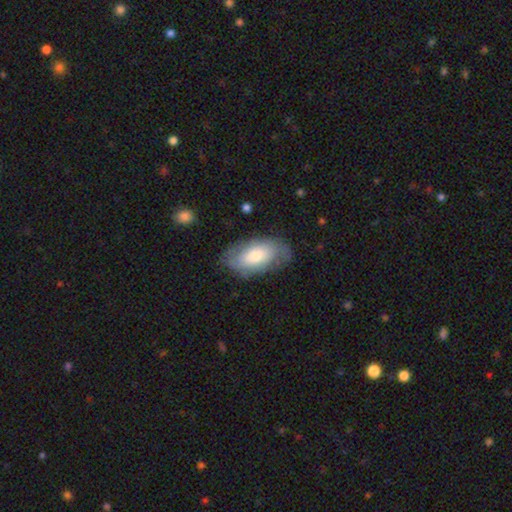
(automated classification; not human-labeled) smooth 59%, featured or disk 34%, star or artifact 6%. Down the decision tree: how rounded — in between (93%); merging — none (70%).